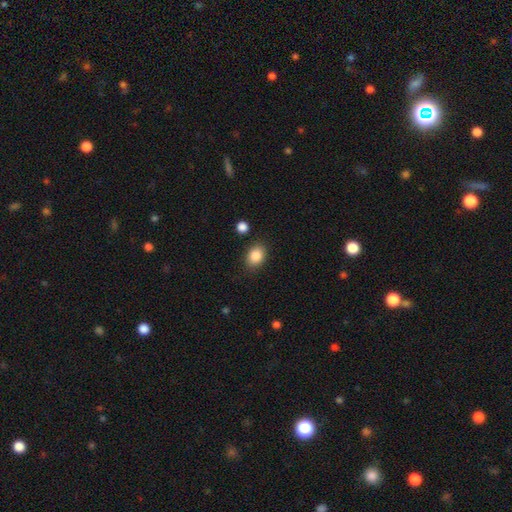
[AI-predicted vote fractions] This appears to be a smooth galaxy with no disk features (87%) that is in between round and cigar-shaped (67%). Merging: none (83%).